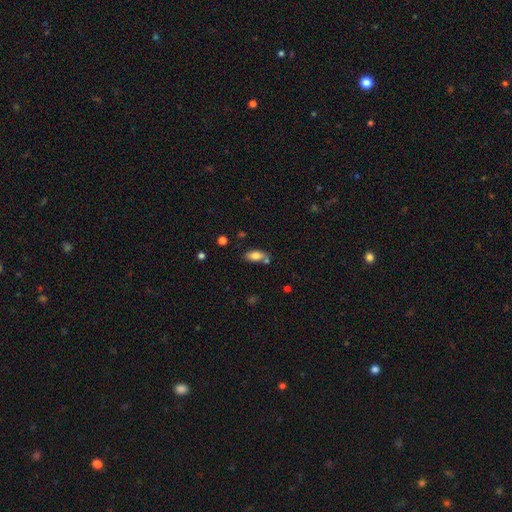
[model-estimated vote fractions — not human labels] Smooth or featured? Predicted: smooth (p=0.79). How rounded? Predicted: in between (p=0.88). Merging? Predicted: none (p=0.66).